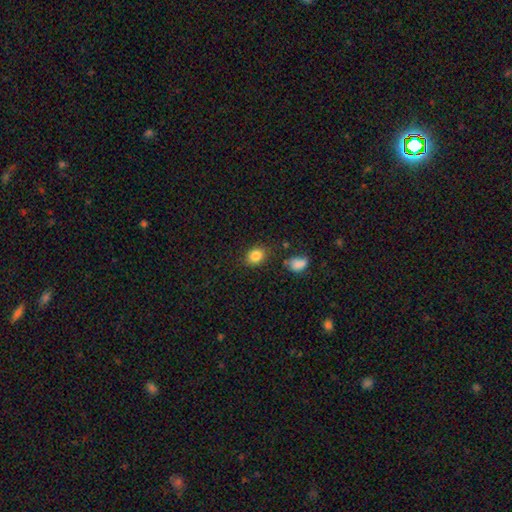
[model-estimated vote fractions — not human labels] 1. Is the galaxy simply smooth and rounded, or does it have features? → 85% smooth, 10% star or artifact, 6% featured or disk.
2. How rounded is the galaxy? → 56% in between, 42% round, 1% cigar-shaped.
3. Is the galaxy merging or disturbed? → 79% none, 13% minor disturbance, 4% merger, 4% major disturbance.